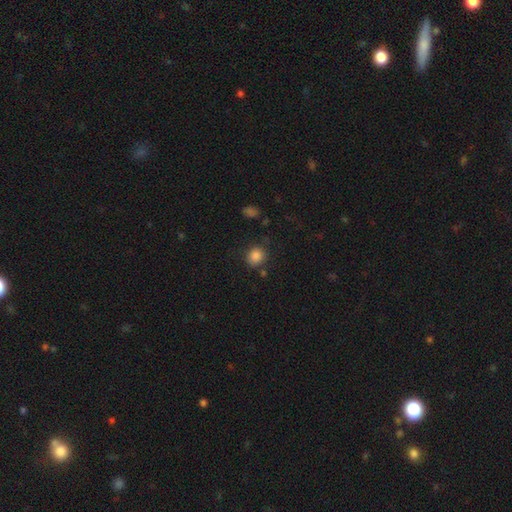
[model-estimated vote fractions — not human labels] A smooth galaxy with no disk features (85%) that is round (80%).

Vote fractions:
- Smooth or featured? smooth: 85% / star or artifact: 10% / featured or disk: 4%
- How rounded? round: 80% / in between: 19% / cigar-shaped: 1%
- Merging? none: 81% / minor disturbance: 12% / merger: 4% / major disturbance: 4%